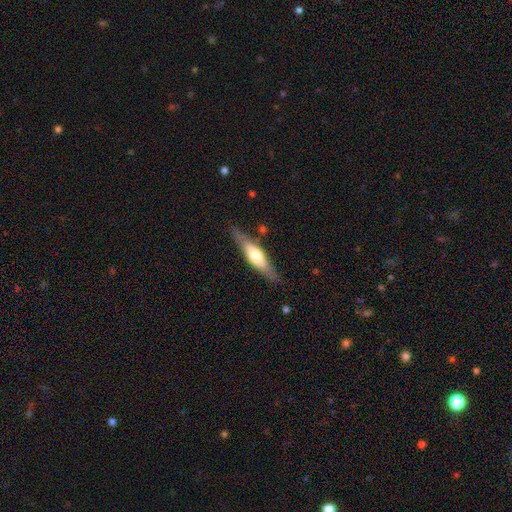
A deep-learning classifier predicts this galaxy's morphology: smooth_or_featured: featured or disk (p=0.52) [alt: smooth p=0.42]
disk_edge_on: yes (p=0.88) [alt: no p=0.12]
merging: none (p=0.81) [alt: minor disturbance p=0.14]